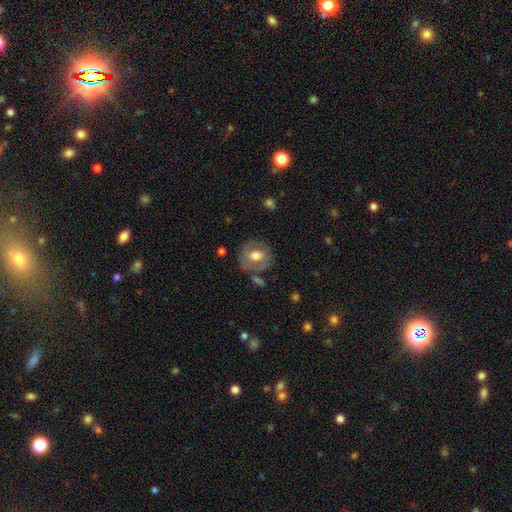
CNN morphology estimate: Q: Smooth or featured?
A: featured or disk (48%); runner-up: smooth (46%)
Q: Merging?
A: none (72%); runner-up: minor disturbance (16%)